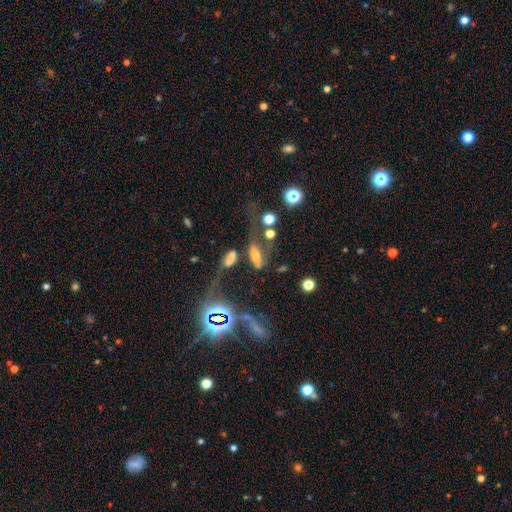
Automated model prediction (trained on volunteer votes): A smooth galaxy with no disk features (43%). Merging: none (32%).